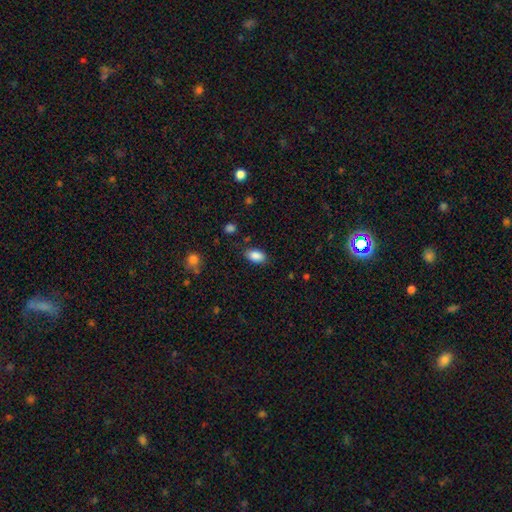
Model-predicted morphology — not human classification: This appears to be a smooth galaxy with no disk features (88%) that is in between round and cigar-shaped (92%). Merging: none (81%).